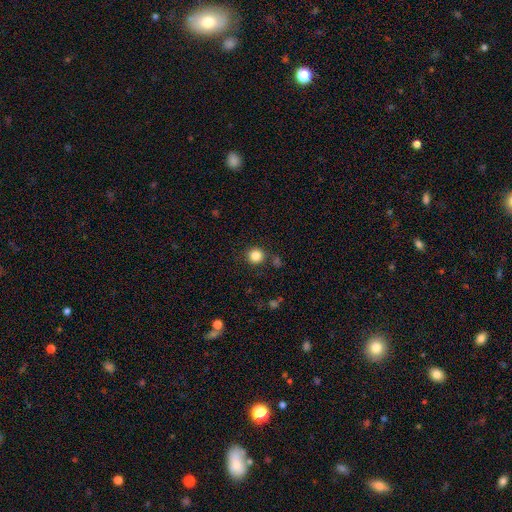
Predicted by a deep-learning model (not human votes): Smooth or featured?
  - smooth: 85% *
  - star or artifact: 11%
  - featured or disk: 4%
How rounded?
  - round: 94% *
  - in between: 5%
  - cigar-shaped: 1%
Merging?
  - none: 87% *
  - minor disturbance: 7%
  - merger: 4%
  - major disturbance: 3%